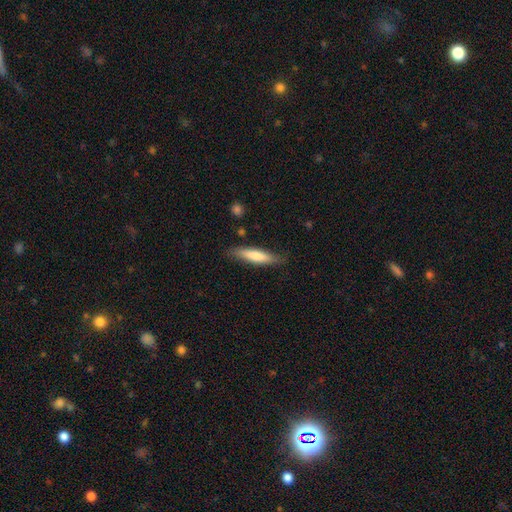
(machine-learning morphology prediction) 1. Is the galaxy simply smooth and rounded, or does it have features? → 72% smooth, 23% featured or disk, 5% star or artifact.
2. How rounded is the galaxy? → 81% cigar-shaped, 18% in between, 1% round.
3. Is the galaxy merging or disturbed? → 81% none, 14% minor disturbance, 3% major disturbance, 2% merger.